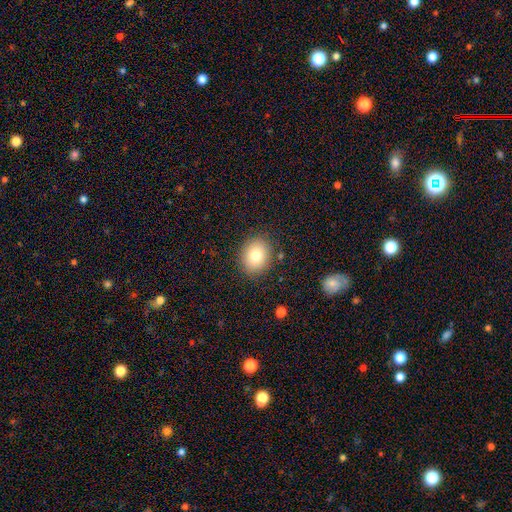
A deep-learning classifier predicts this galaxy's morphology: smooth_or_featured: smooth (p=0.79) [alt: featured or disk p=0.11]
how_rounded: round (p=0.56) [alt: in between p=0.43]
merging: none (p=0.86) [alt: minor disturbance p=0.09]